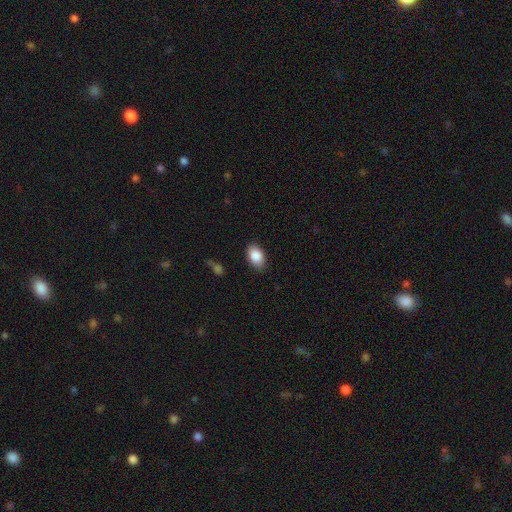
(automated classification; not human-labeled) A smooth galaxy with no disk features (87%) that is in between round and cigar-shaped (88%).

Vote fractions:
- Smooth or featured? smooth: 87% / star or artifact: 7% / featured or disk: 6%
- How rounded? in between: 88% / round: 11% / cigar-shaped: 1%
- Merging? none: 85% / minor disturbance: 11% / major disturbance: 3% / merger: 1%